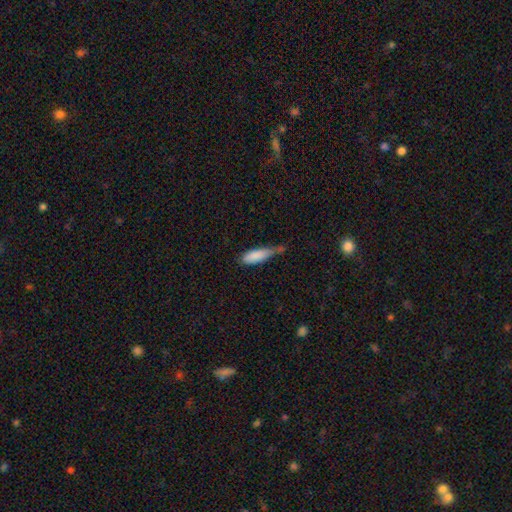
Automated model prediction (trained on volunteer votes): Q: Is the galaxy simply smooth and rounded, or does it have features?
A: smooth — 84%.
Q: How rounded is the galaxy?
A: cigar-shaped — 49%, tied with in between.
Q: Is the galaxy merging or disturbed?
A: minor disturbance — 42%.